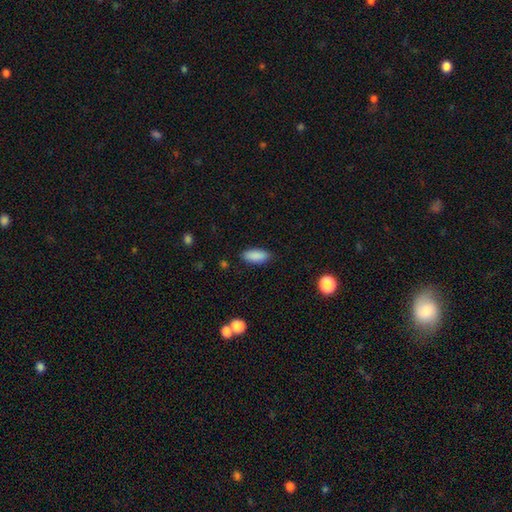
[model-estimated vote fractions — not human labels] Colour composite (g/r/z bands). It shows a smooth galaxy with no disk features (89%) that is in between round and cigar-shaped (84%). Merging: none (86%).